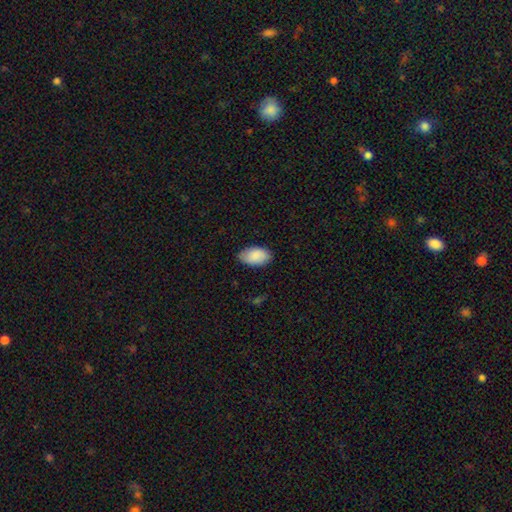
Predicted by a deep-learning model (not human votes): Smooth or featured: smooth — 88% (featured or disk — 6%)
How rounded: in between — 95% (round — 4%)
Merging: none — 83% (minor disturbance — 14%)